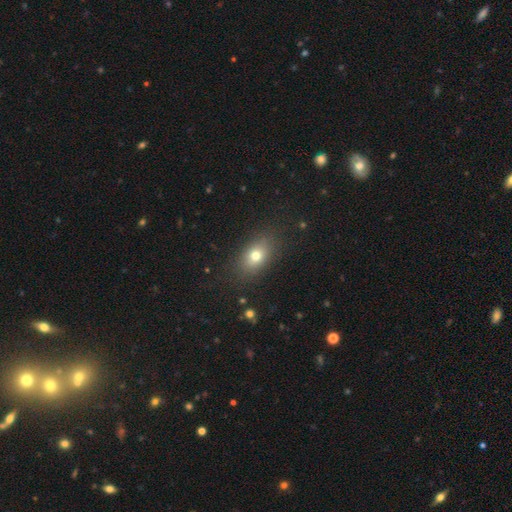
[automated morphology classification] type=smooth (73%); roundness=in between (77%); merging=none (84%).